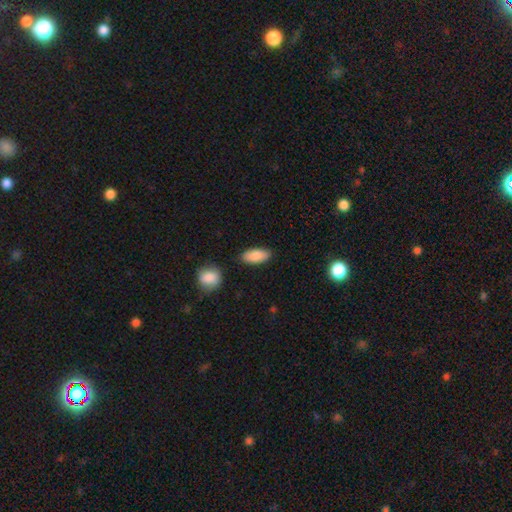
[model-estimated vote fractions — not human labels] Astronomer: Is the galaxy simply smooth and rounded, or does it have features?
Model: smooth — 87%.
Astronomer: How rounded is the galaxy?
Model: in between — 89%.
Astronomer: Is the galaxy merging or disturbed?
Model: none — 83%.